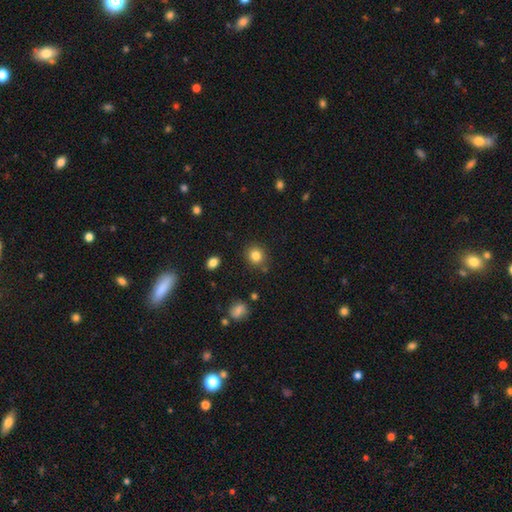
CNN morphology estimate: type=smooth (84%); roundness=round (85%); merging=none (86%).